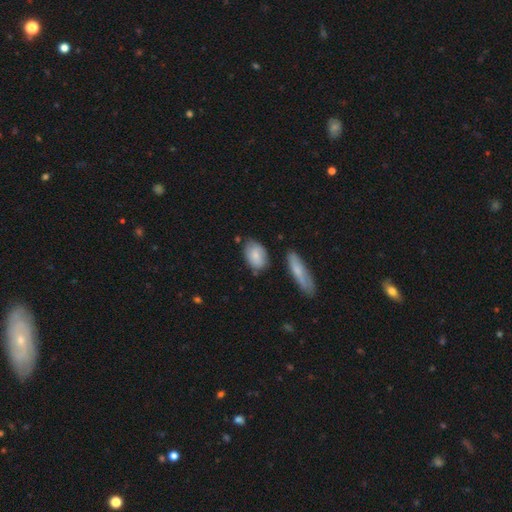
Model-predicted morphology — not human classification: Smooth or featured? smooth (77%)
How rounded? in between (86%)
Merging? none (68%)